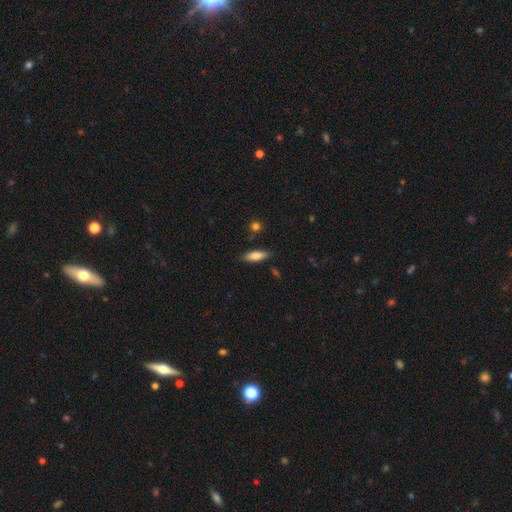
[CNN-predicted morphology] smooth 77%, featured or disk 17%, star or artifact 6%. Down the decision tree: how rounded — in between (57%); merging — none (84%).